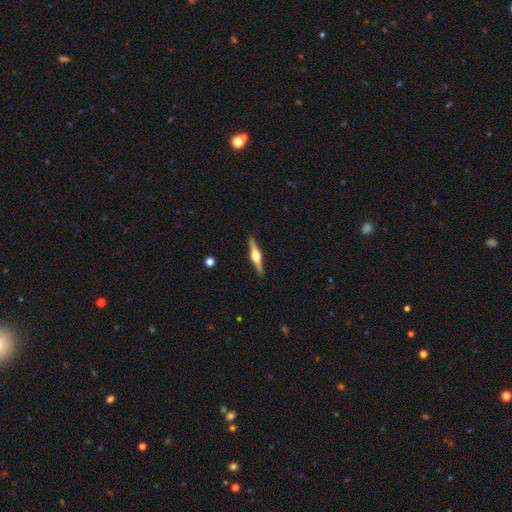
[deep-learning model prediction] smooth-or-featured: featured or disk: 76% | smooth: 19% | star or artifact: 5%
  disk-edge-on: yes: 98% | no: 2%
    edge-on-bulge: rounded: 94% | boxy: 5% | none: 2%
  merging: none: 91% | minor disturbance: 7% | major disturbance: 1% | merger: 1%